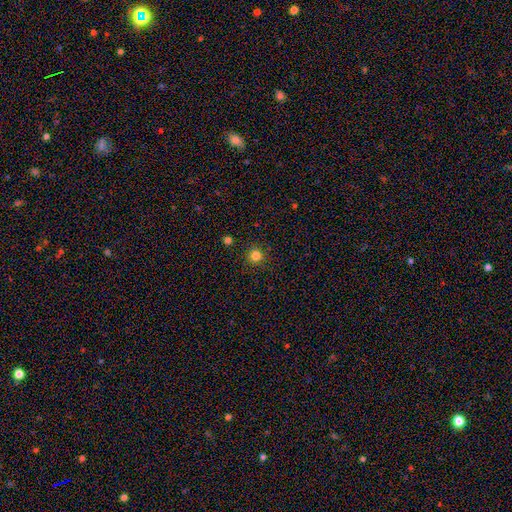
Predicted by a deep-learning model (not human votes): smooth_or_featured: smooth (p=0.82) [alt: star or artifact p=0.14]
how_rounded: round (p=0.95) [alt: in between p=0.04]
merging: none (p=0.91) [alt: minor disturbance p=0.05]